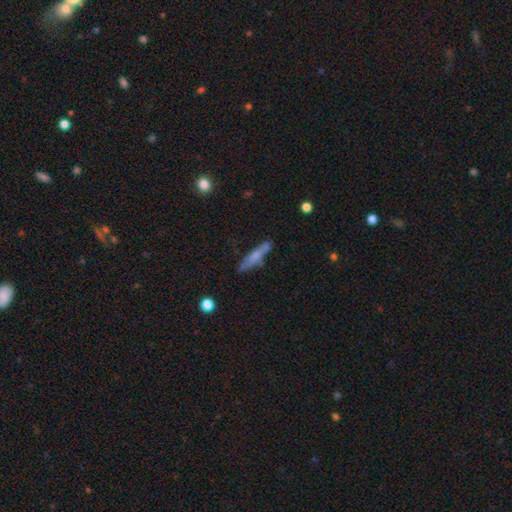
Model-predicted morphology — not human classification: smooth-or-featured: smooth: 58% | featured or disk: 34% | star or artifact: 7%
  how-rounded: cigar-shaped: 87% | in between: 11% | round: 2%
  merging: none: 71% | minor disturbance: 18% | merger: 6% | major disturbance: 5%